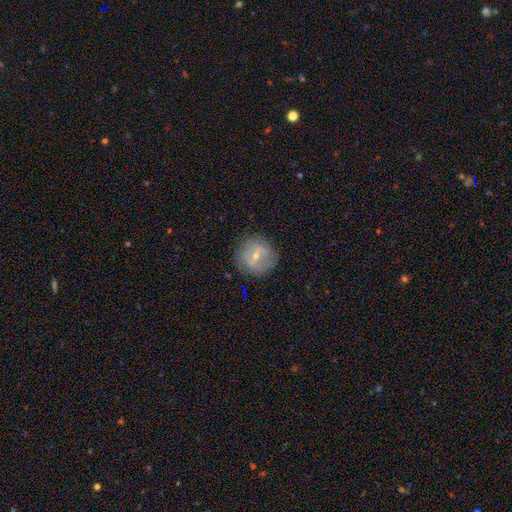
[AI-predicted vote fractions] This appears to be a featured or disk galaxy (47%). Merging: none (82%).